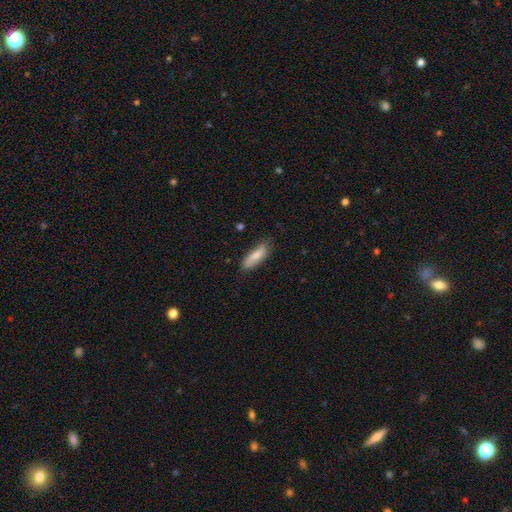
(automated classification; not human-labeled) Smooth or featured? Predicted: smooth (p=0.78). How rounded? Predicted: in between (p=0.50). Merging? Predicted: none (p=0.72).